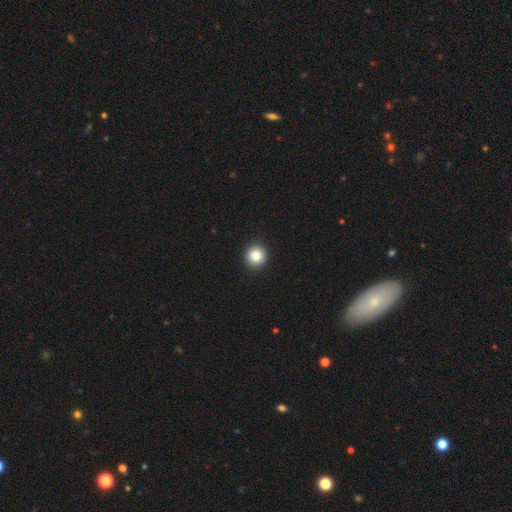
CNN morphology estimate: This appears to be a smooth galaxy with no disk features (84%) that is round (92%). Merging: none (93%).